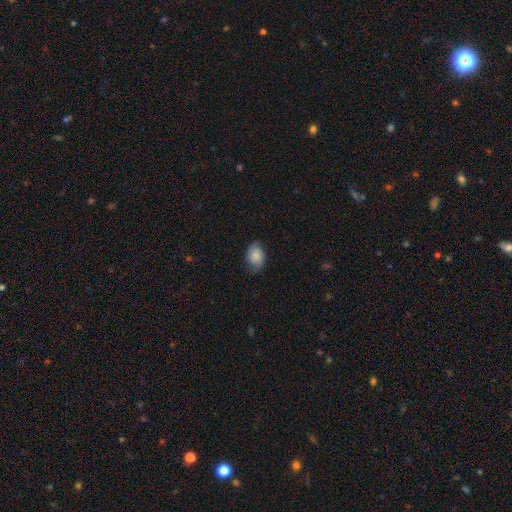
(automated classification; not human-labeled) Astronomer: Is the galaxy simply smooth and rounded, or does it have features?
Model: smooth — 80%.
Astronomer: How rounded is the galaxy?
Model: in between — 72%.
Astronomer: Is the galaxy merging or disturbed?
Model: none — 71%.